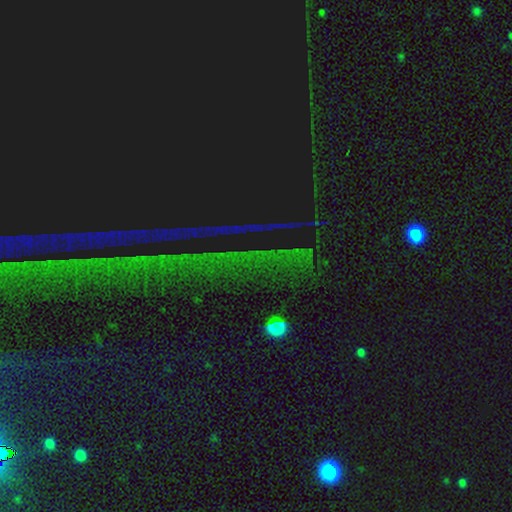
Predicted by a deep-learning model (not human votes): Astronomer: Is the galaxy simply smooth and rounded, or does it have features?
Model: star or artifact — 86%.